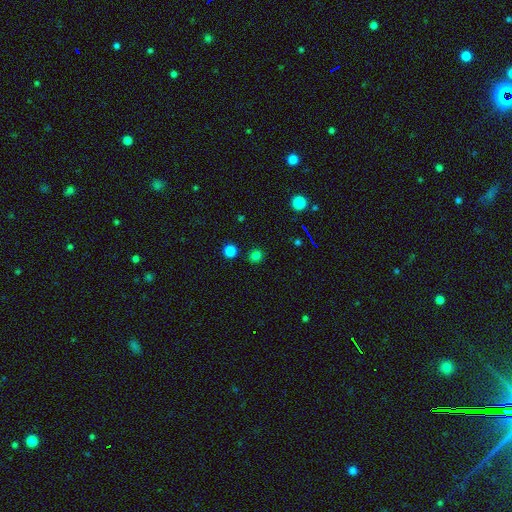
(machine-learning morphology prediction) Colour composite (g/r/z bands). It shows a smooth galaxy with no disk features (78%) that is round (88%). Merging: none (88%).